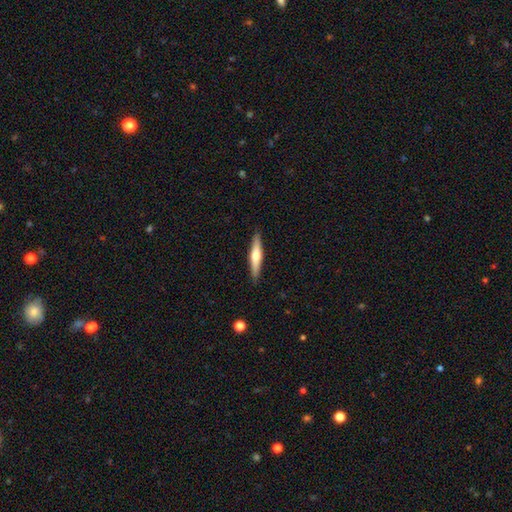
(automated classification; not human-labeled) This is possibly a featured or disk galaxy (51%). It is clearly viewed edge-on (96%). Merging: clearly none (90%).